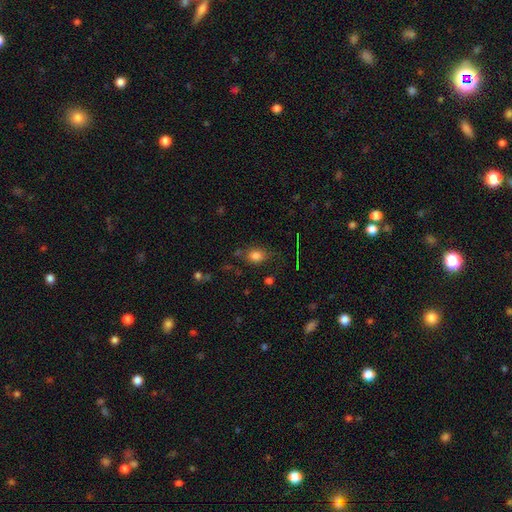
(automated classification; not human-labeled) Smooth or featured: smooth — 79% (star or artifact — 14%)
How rounded: in between — 60% (round — 38%)
Merging: none — 68% (minor disturbance — 20%)